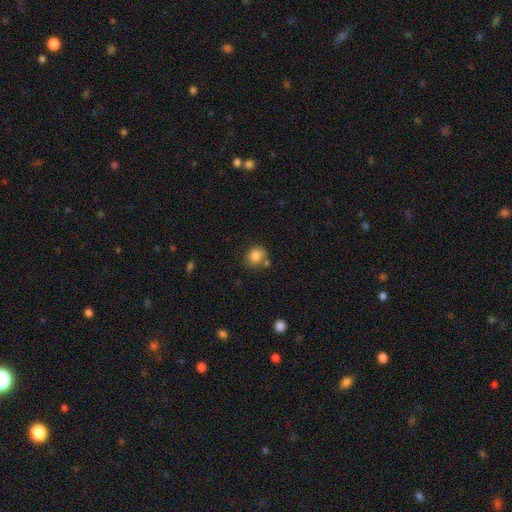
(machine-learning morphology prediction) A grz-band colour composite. It shows a smooth galaxy with no disk features (84%) that is round (69%). Merging: none (66%).